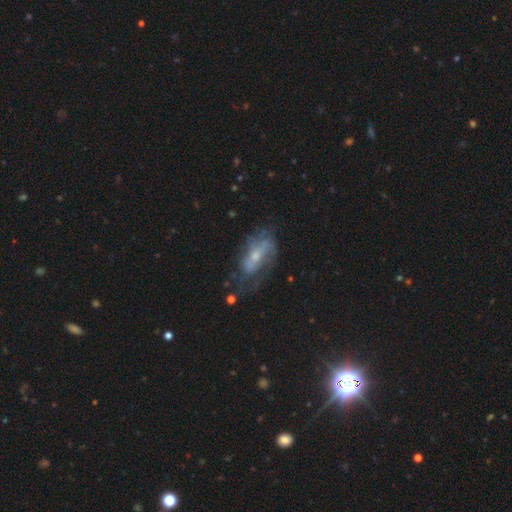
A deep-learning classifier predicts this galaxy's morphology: Overall: featured or disk (62%; smooth 29%). Edge-on disk: no (88%). Bar: no (54%; weak 33%). Spiral arms: yes (61%; no 39%). Bulge size: small (58%; moderate 34%). Merging: none (47%; minor disturbance 25%).